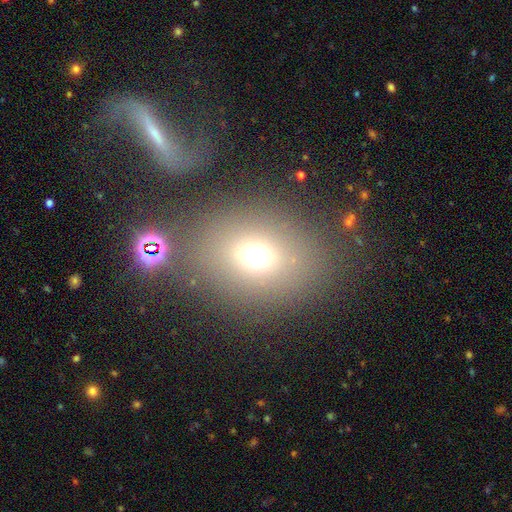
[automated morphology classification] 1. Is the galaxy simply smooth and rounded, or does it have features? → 67% smooth, 17% star or artifact, 16% featured or disk.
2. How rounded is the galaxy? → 57% in between, 42% round, 1% cigar-shaped.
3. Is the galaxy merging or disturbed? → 69% none, 13% minor disturbance, 10% merger, 8% major disturbance.